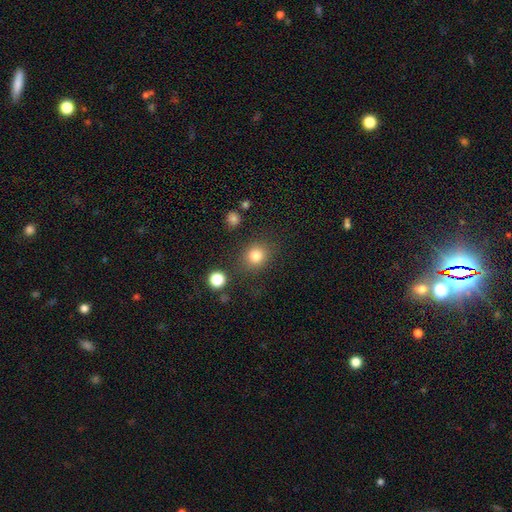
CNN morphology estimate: The model was most divided on "how rounded": round: 79%, in between: 20%, cigar-shaped: 1%. More confident: merging — none (82%); smooth or featured — smooth (82%).